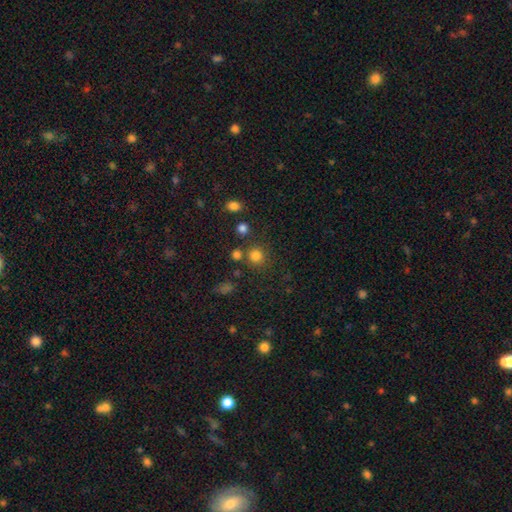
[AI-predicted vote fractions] This appears to be a smooth galaxy with no disk features (79%) that is round (90%). Merging: none (77%).